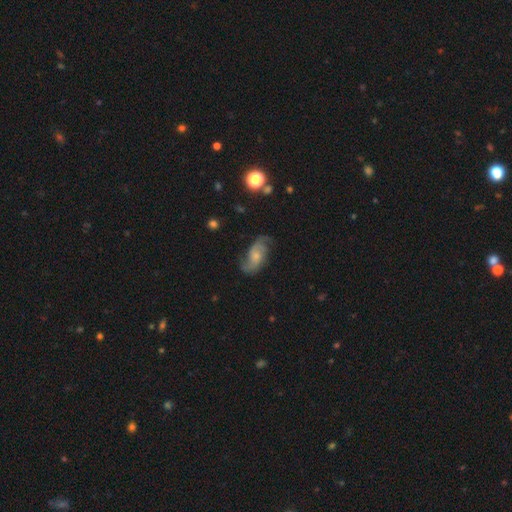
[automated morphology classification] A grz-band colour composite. It shows a featured or disk galaxy (73%) with no bar (60%), 2 (86%) loose (52%) spiral arms (93%) and a small central bulge (46%). Merging: none (68%).